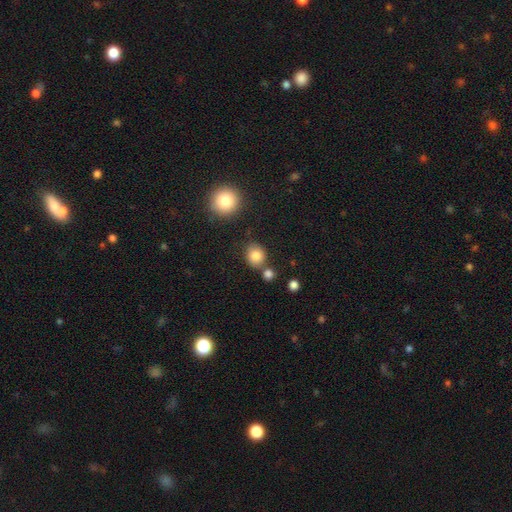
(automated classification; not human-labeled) The model was most divided on "how rounded": round: 69%, in between: 30%, cigar-shaped: 1%. More confident: smooth or featured — smooth (83%); merging — none (73%).